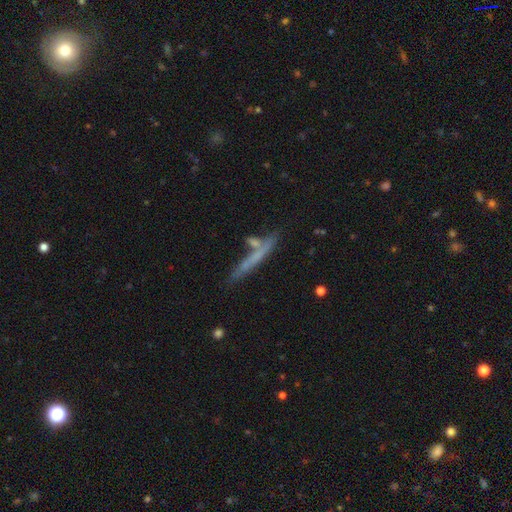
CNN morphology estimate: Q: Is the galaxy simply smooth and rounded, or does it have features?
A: smooth — 48%.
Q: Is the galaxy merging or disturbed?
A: none — 68%.